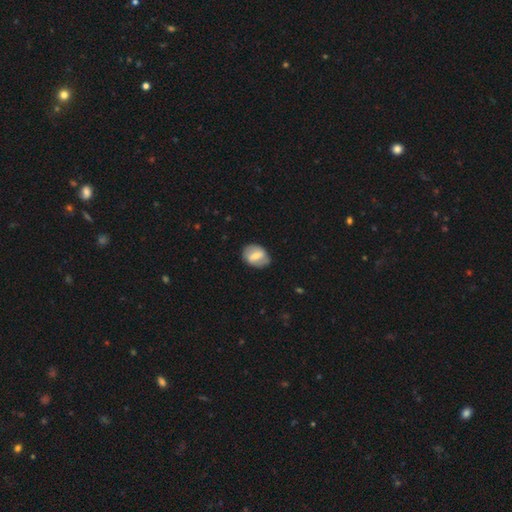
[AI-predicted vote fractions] A featured or disk galaxy (50%). Merging: none (76%).